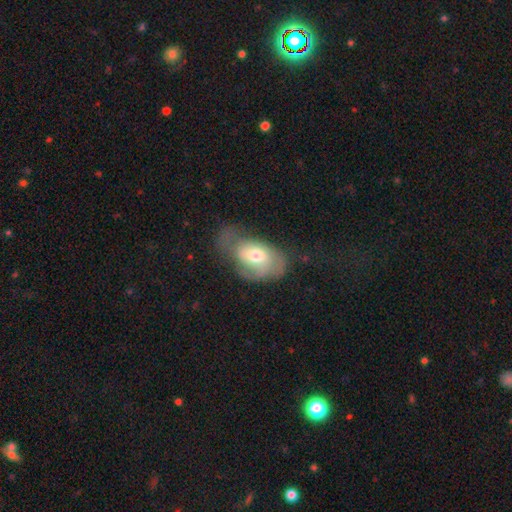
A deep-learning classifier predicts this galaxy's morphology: Overall: smooth (51%; featured or disk 42%). How rounded: in between (86%). Merging: major disturbance (35%; minor disturbance 31%).